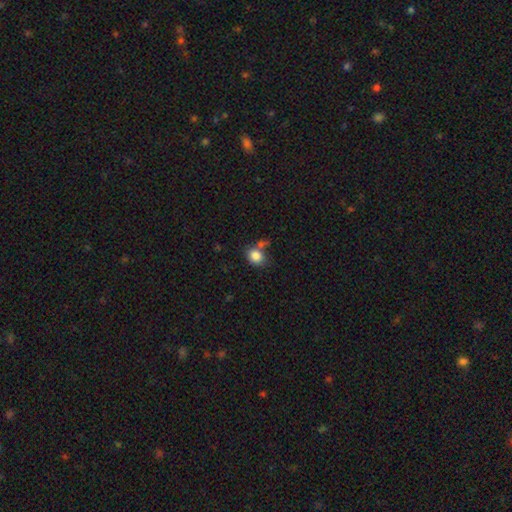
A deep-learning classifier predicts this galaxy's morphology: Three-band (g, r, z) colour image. It shows a smooth galaxy with no disk features (84%) that is round (60%). Merging: none (61%).